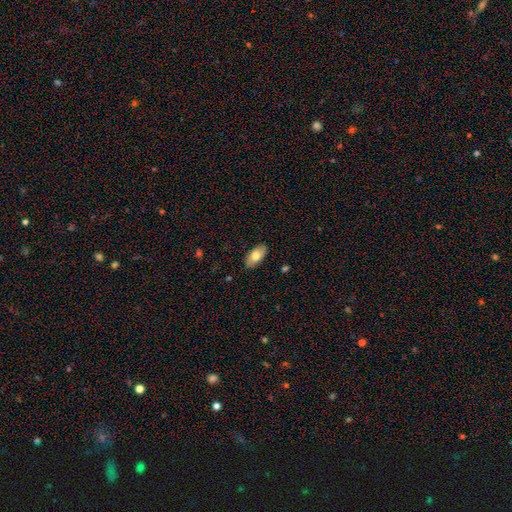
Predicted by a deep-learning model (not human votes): Morphology: type=smooth (75%); roundness=in between (93%); merging=none (87%).